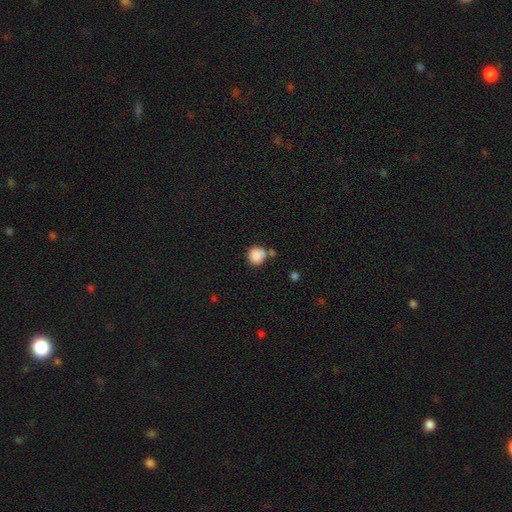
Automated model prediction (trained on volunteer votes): smooth 85%, star or artifact 9%, featured or disk 6%. Down the decision tree: how rounded — round (84%); merging — none (57%).